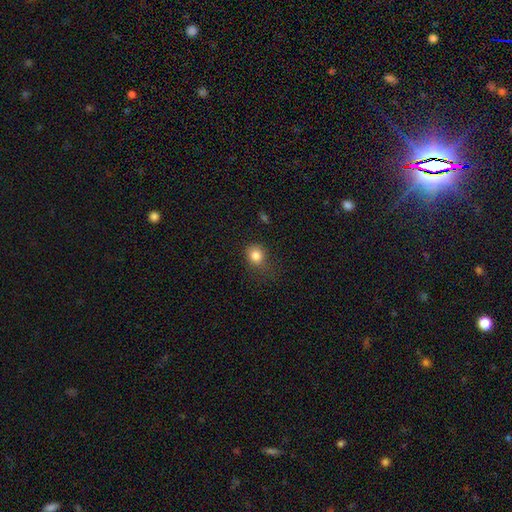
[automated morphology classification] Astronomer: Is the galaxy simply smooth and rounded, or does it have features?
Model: smooth — 82%.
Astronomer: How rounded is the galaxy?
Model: round — 73%.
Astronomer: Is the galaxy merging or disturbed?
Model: none — 66%.